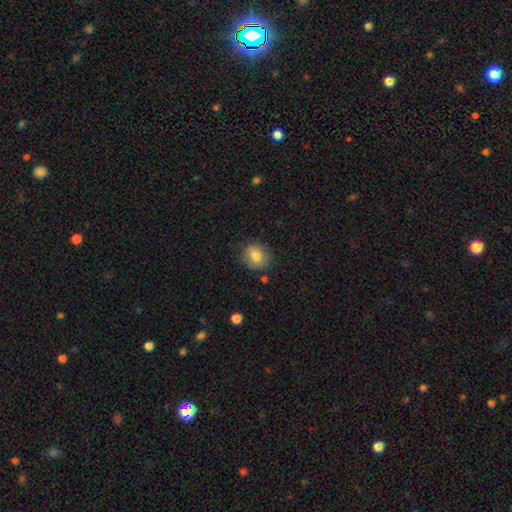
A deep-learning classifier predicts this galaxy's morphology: smooth 79%, featured or disk 12%, star or artifact 9%. Down the decision tree: how rounded — round (73%); merging — none (81%).